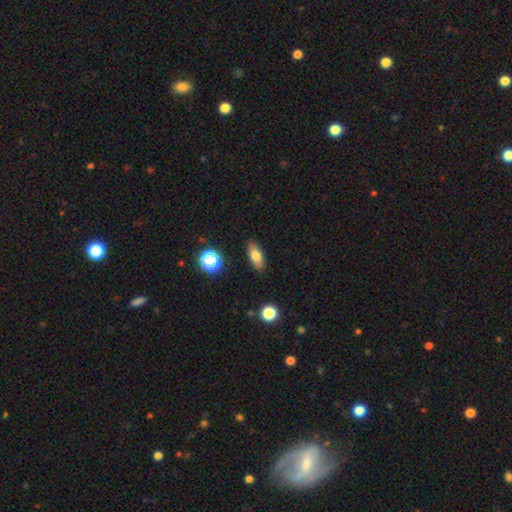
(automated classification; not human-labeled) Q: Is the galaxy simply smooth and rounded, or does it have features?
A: smooth — 76%.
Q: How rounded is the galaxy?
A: in between — 80%.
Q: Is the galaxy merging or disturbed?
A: none — 87%.